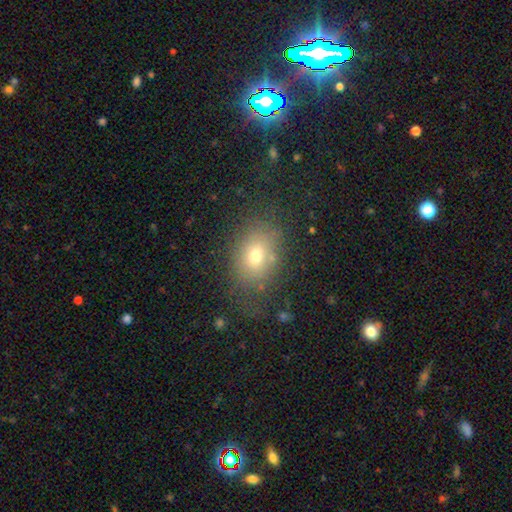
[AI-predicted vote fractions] This appears to be a smooth galaxy with no disk features (70%) that is in between round and cigar-shaped (64%). Merging: none (71%).